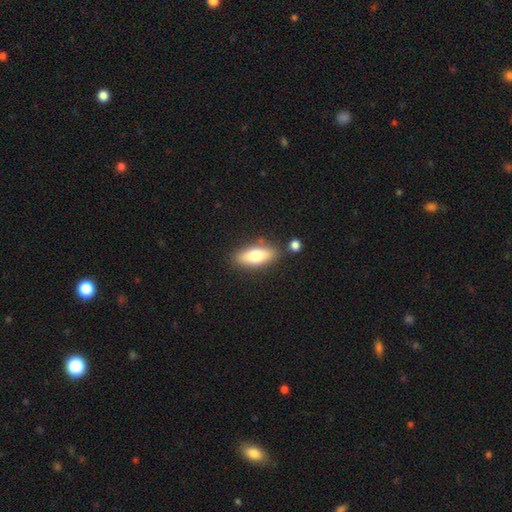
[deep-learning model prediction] Overall: smooth (71%). How rounded: in between (70%). Merging: none (79%).